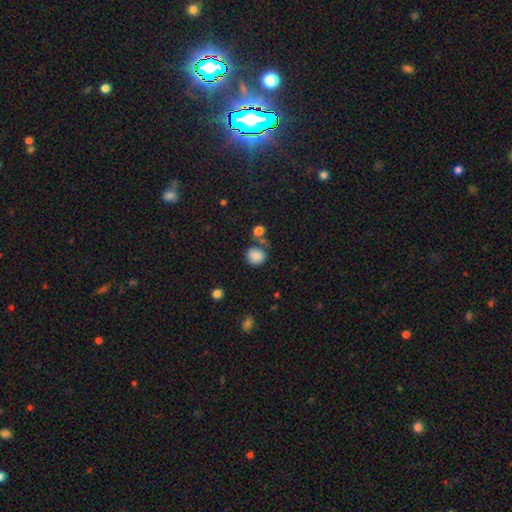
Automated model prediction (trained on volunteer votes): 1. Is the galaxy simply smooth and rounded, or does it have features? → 85% smooth, 10% star or artifact, 5% featured or disk.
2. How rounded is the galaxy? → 79% round, 20% in between, 1% cigar-shaped.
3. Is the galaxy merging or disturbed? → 64% none, 17% minor disturbance, 13% merger, 6% major disturbance.